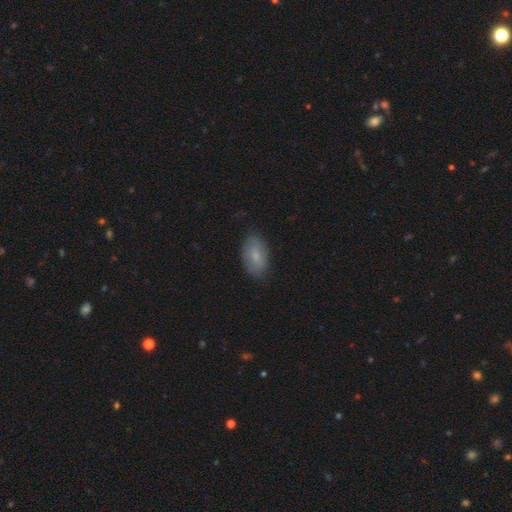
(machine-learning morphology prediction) Overall: smooth (77%). How rounded: in between (93%). Merging: none (81%).